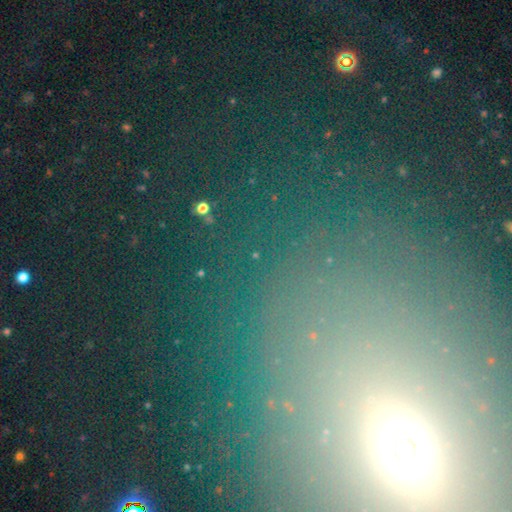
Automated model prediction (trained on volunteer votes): The model was most divided on "smooth or featured": star or artifact: 71%, smooth: 17%, featured or disk: 12%.